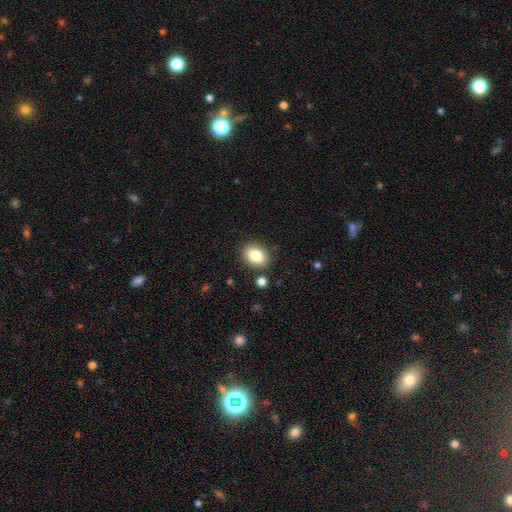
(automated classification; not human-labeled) smooth-or-featured: smooth: 83% | star or artifact: 9% | featured or disk: 8%
  how-rounded: in between: 65% | round: 34% | cigar-shaped: 1%
  merging: none: 86% | minor disturbance: 9% | merger: 3% | major disturbance: 3%